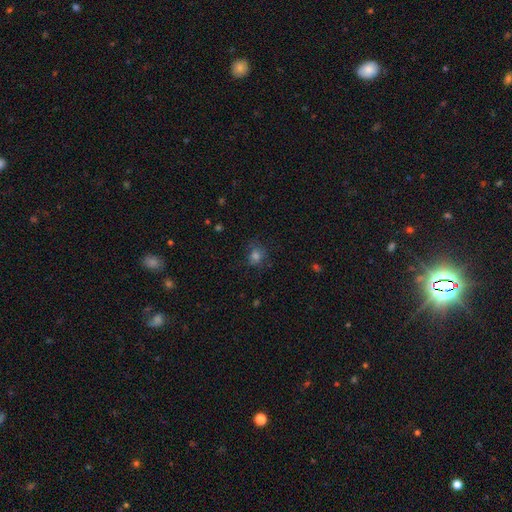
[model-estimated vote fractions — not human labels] A smooth galaxy with no disk features (70%) that is round (74%).

Vote fractions:
- Smooth or featured? smooth: 70% / star or artifact: 20% / featured or disk: 10%
- How rounded? round: 74% / in between: 25% / cigar-shaped: 1%
- Merging? none: 71% / minor disturbance: 18% / major disturbance: 8% / merger: 2%